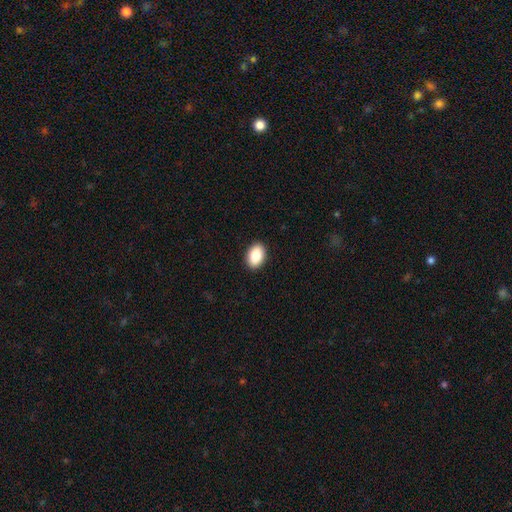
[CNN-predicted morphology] A smooth galaxy with no disk features (87%) that is in between round and cigar-shaped (88%). Merging: none (91%).